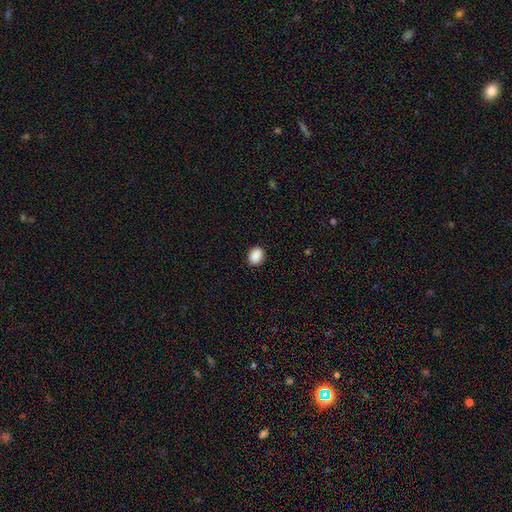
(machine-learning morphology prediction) type=smooth (90%); roundness=in between (51%); merging=none (89%).